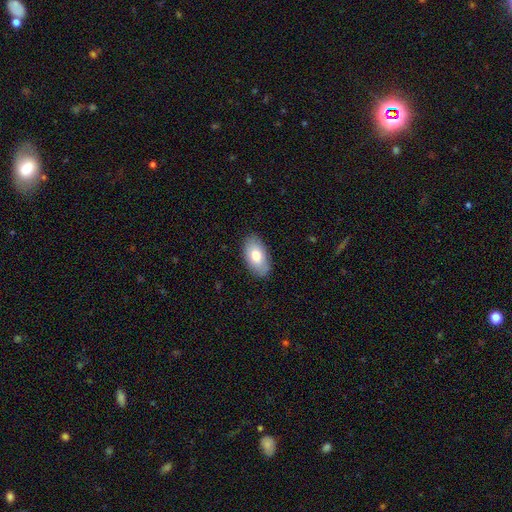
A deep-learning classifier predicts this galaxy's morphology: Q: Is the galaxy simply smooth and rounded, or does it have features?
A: smooth — 77%.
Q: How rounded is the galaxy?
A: in between — 94%.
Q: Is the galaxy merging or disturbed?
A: none — 85%.